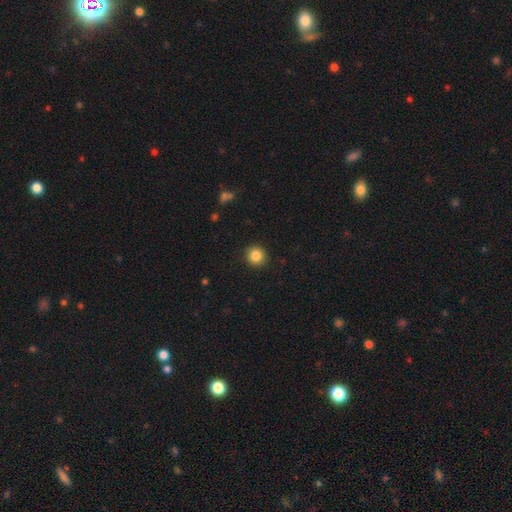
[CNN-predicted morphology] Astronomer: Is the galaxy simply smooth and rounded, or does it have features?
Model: smooth — 85%.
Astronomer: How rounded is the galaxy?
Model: round — 93%.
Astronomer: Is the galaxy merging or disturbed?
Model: none — 92%.